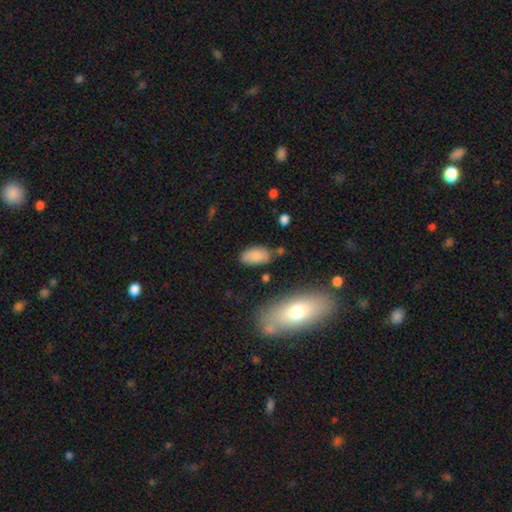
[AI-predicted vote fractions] A smooth galaxy with no disk features (82%) that is in between round and cigar-shaped (93%). Merging: none (72%).